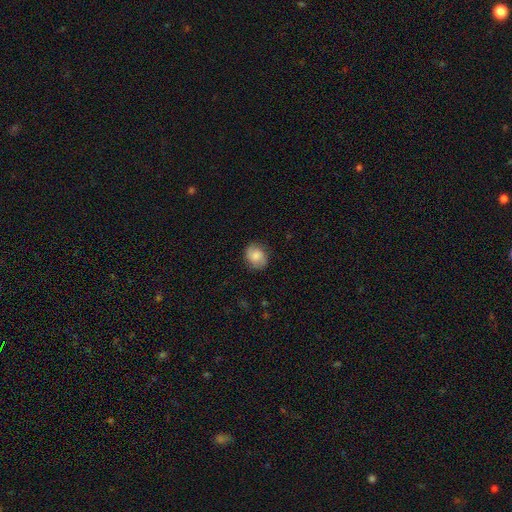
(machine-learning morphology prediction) type=smooth (70%); roundness=round (63%); merging=none (79%).